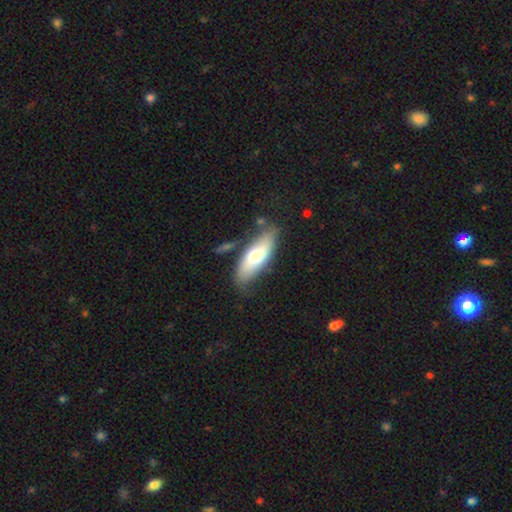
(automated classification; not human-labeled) A smooth galaxy with no disk features (64%) that is in between round and cigar-shaped (73%). Merging: none (72%).